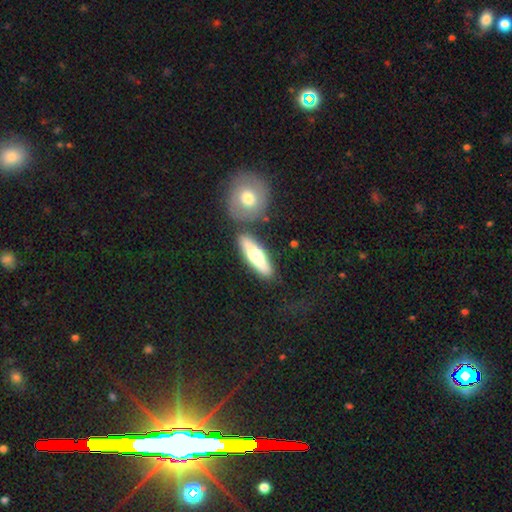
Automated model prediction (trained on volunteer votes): Overall: smooth (59%; featured or disk 36%). How rounded: cigar-shaped (56%; in between 41%). Merging: none (77%).